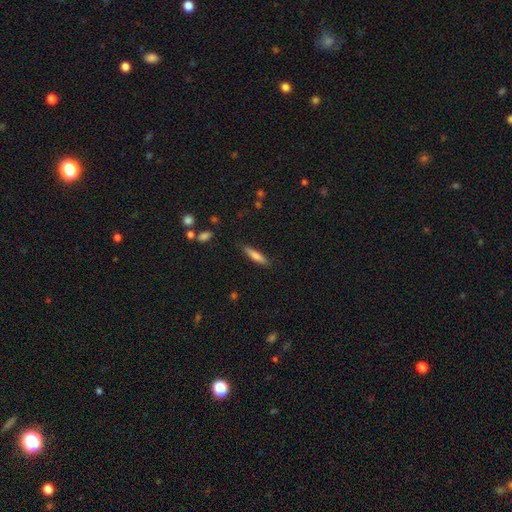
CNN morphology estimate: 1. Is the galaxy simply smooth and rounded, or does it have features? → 70% smooth, 23% featured or disk, 7% star or artifact.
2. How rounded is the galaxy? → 81% cigar-shaped, 17% in between, 2% round.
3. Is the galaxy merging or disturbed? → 85% none, 11% minor disturbance, 2% major disturbance, 2% merger.